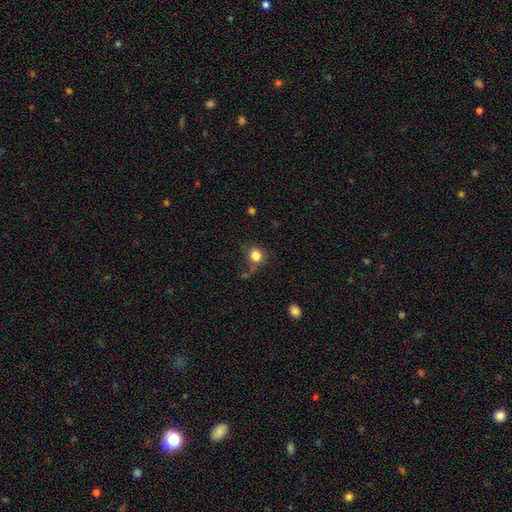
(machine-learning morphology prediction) Overall: smooth (82%). How rounded: round (82%). Merging: none (68%).